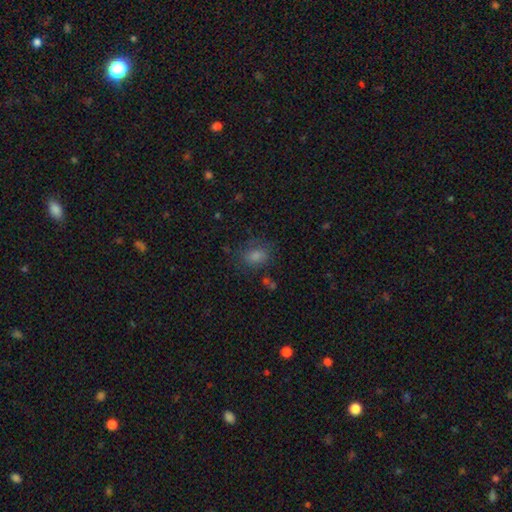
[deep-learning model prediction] This appears to be a smooth galaxy with no disk features (68%) that is in between round and cigar-shaped (64%). Merging: none (75%).